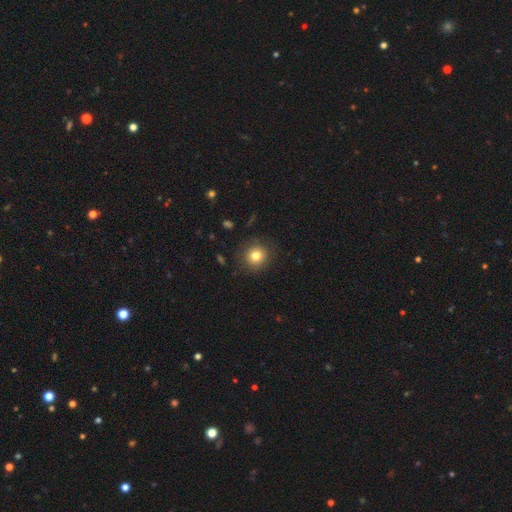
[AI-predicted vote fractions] A smooth galaxy with no disk features (79%) that is round (91%).

Vote fractions:
- Smooth or featured? smooth: 79% / star or artifact: 12% / featured or disk: 9%
- How rounded? round: 91% / in between: 8% / cigar-shaped: 1%
- Merging? none: 87% / minor disturbance: 9% / major disturbance: 3% / merger: 1%